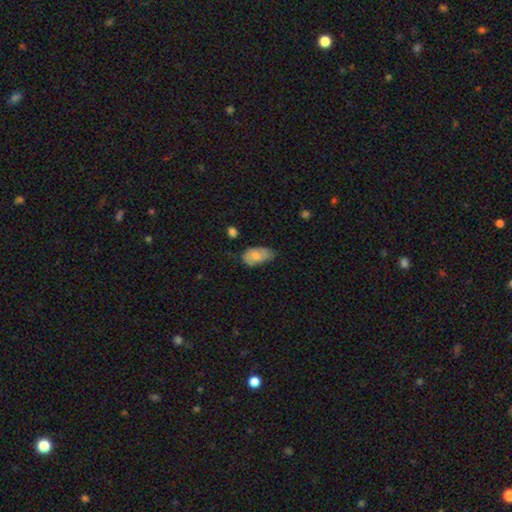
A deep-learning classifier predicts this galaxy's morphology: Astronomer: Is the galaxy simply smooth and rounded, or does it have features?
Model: smooth — 67%.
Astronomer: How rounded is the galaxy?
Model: in between — 92%.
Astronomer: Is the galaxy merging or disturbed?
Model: none — 48% (runner-up: minor disturbance, 38%).